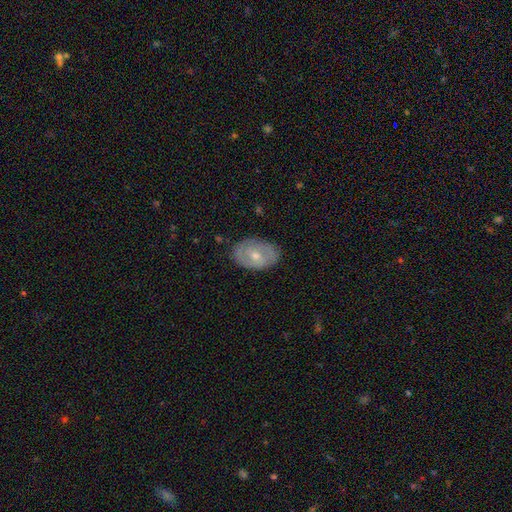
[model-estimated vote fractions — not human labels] This appears to be a featured or disk galaxy (59%) with no bar (52%), spiral arms (62%) and a moderate central bulge (55%). Merging: none (80%).